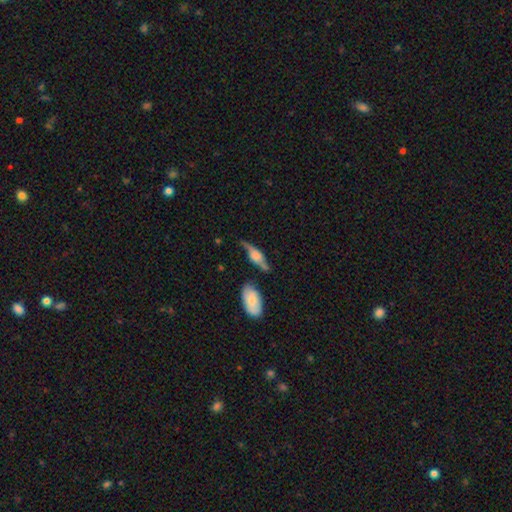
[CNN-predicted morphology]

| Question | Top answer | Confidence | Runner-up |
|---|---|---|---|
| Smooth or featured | featured or disk | 62% | smooth (31%) |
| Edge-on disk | yes | 74% | no (26%) |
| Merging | none | 53% | minor disturbance (26%) |